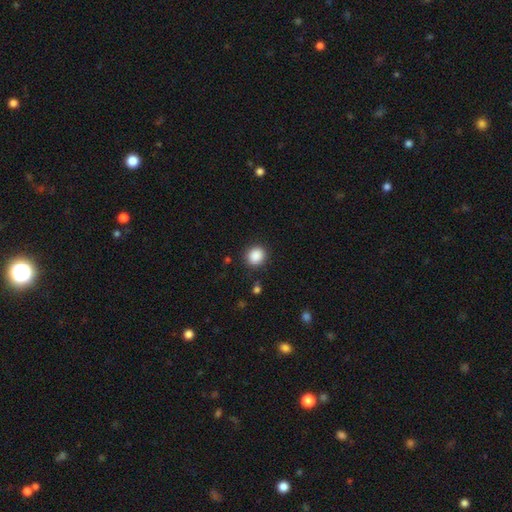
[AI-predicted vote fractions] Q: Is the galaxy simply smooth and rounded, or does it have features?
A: smooth — 88%.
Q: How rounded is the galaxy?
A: round — 83%.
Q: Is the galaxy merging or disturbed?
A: none — 88%.